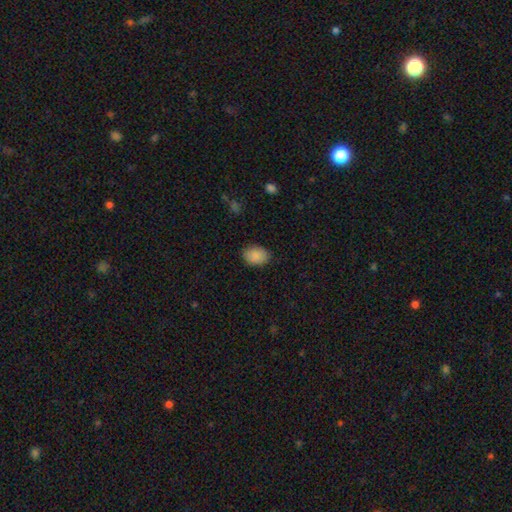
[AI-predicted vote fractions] Smooth or featured: smooth — 89% (star or artifact — 7%)
How rounded: in between — 77% (round — 22%)
Merging: none — 85% (minor disturbance — 11%)